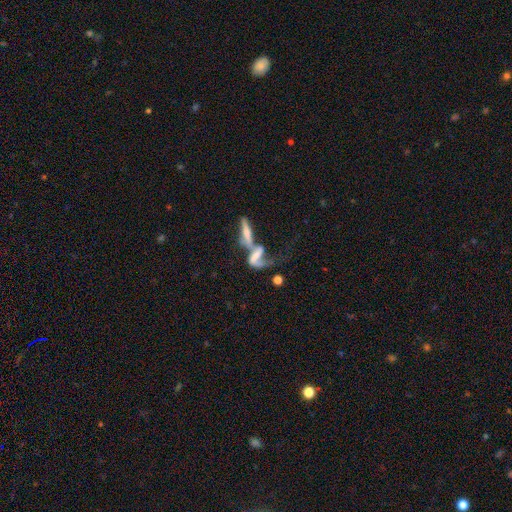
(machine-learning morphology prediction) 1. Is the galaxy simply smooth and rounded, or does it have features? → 59% featured or disk, 30% smooth, 11% star or artifact.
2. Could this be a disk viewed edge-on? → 77% no, 23% yes.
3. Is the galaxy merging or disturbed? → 60% merger, 16% none, 16% major disturbance, 8% minor disturbance.